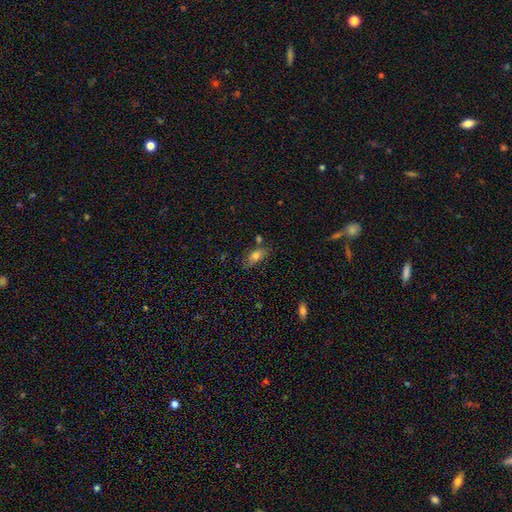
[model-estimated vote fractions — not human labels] Smooth or featured? smooth (76%)
How rounded? in between (85%)
Merging? none (68%)